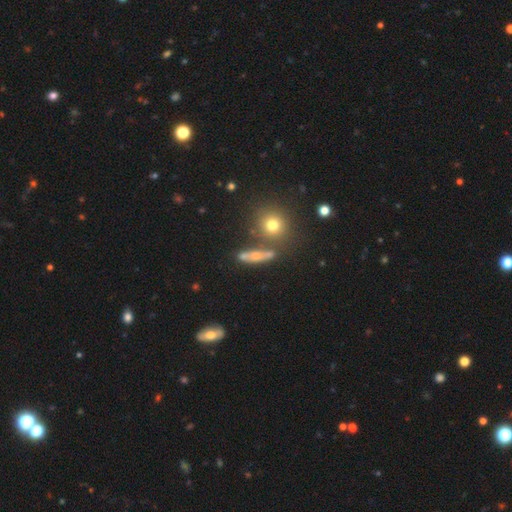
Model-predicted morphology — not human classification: A smooth galaxy with no disk features (52%) that is cigar-shaped (58%).

Vote fractions:
- Smooth or featured? smooth: 52% / featured or disk: 31% / star or artifact: 17%
- How rounded? cigar-shaped: 58% / in between: 25% / round: 17%
- Merging? none: 64% / minor disturbance: 16% / merger: 13% / major disturbance: 7%